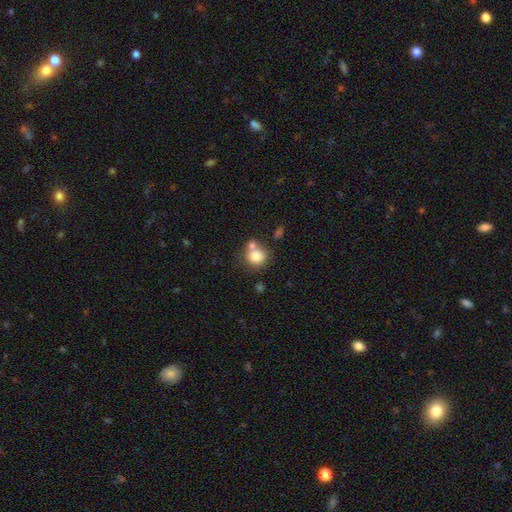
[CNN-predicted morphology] smooth 82%, star or artifact 10%, featured or disk 9%. Down the decision tree: how rounded — round (84%); merging — none (53%).